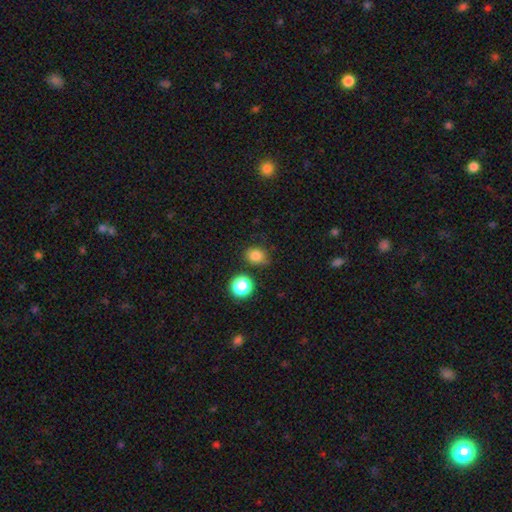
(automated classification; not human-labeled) Smooth or featured? Predicted: smooth (p=0.82). How rounded? Predicted: round (p=0.55). Merging? Predicted: none (p=0.74).